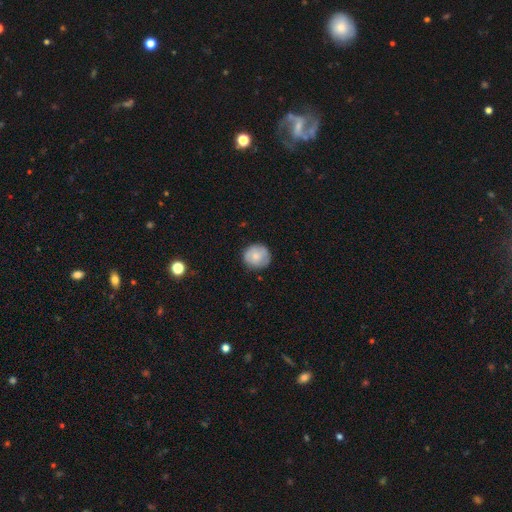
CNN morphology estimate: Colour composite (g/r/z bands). It shows a smooth galaxy with no disk features (73%) that is round (90%). Merging: none (81%).